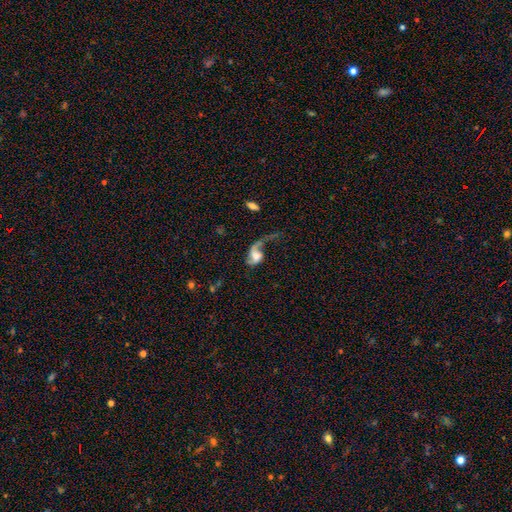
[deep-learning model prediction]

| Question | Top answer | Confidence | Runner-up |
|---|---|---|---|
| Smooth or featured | featured or disk | 70% | smooth (22%) |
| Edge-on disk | no | 96% | yes (4%) |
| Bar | no | 57% | weak (33%) |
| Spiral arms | yes | 88% | no (12%) |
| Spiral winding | loose | 83% | medium (14%) |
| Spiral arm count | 1 | 55% | 2 (40%) |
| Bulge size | moderate | 38% | large (23%) |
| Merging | major disturbance | 52% | none (26%) |